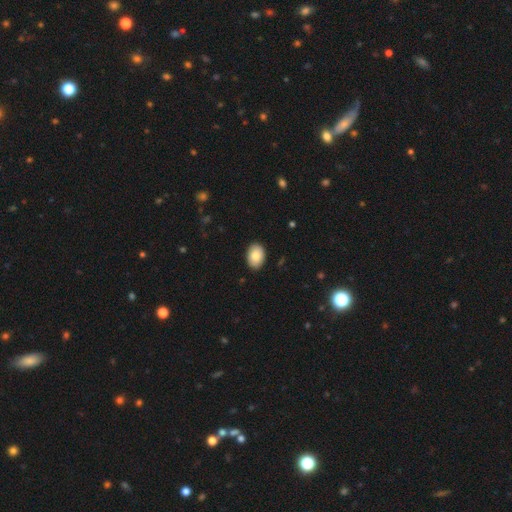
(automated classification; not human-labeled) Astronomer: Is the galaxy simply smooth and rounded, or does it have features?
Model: smooth — 84%.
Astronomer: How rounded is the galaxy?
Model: in between — 83%.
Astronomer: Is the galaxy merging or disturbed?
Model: none — 90%.